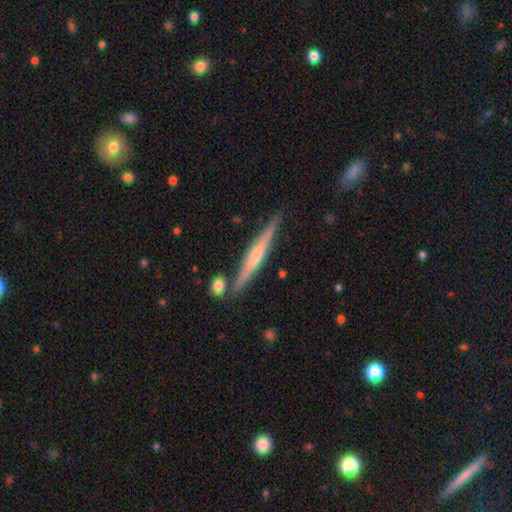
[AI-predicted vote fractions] Smooth or featured? featured or disk (68%)
Edge-on disk? yes (97%)
Edge-on bulge? rounded (58%)
Merging? none (85%)